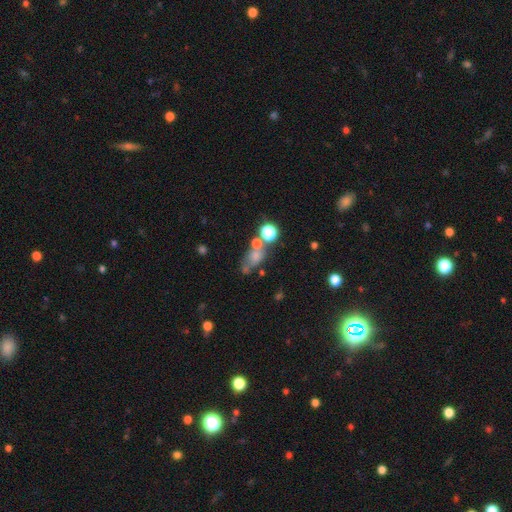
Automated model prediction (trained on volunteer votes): smooth-or-featured: smooth: 58% | star or artifact: 21% | featured or disk: 20%
  how-rounded: in between: 59% | round: 33% | cigar-shaped: 8%
  merging: none: 41% | merger: 29% | minor disturbance: 17% | major disturbance: 13%